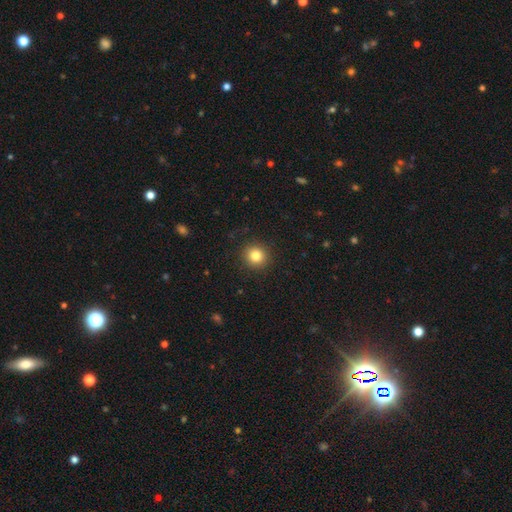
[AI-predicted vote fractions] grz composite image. It shows a smooth galaxy with no disk features (83%) that is round (93%). Merging: none (91%).